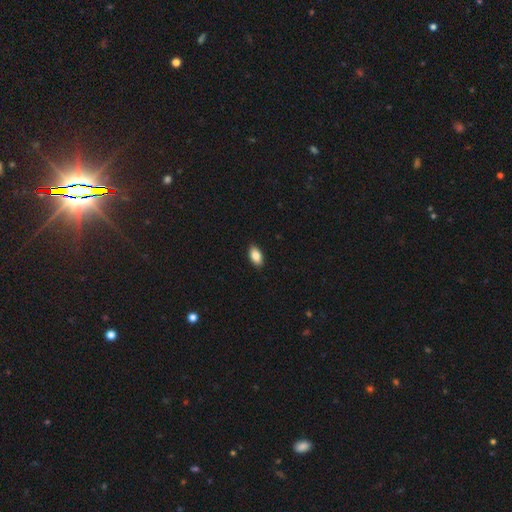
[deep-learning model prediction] Overall: smooth (87%). How rounded: in between (93%). Merging: none (90%).